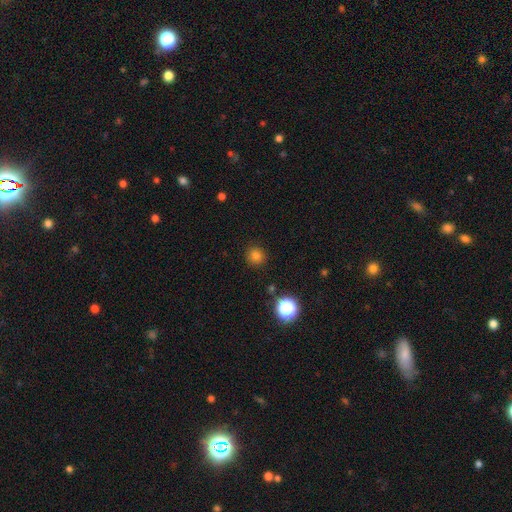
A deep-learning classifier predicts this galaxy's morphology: Smooth or featured? Predicted: smooth (p=0.78). How rounded? Predicted: round (p=0.93). Merging? Predicted: none (p=0.90).